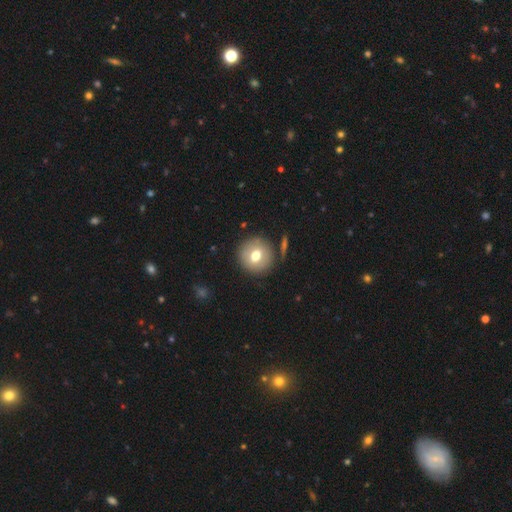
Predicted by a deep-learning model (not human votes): The model was most divided on "smooth or featured": smooth: 70%, featured or disk: 22%, star or artifact: 9%. More confident: how rounded — round (92%); merging — none (86%).